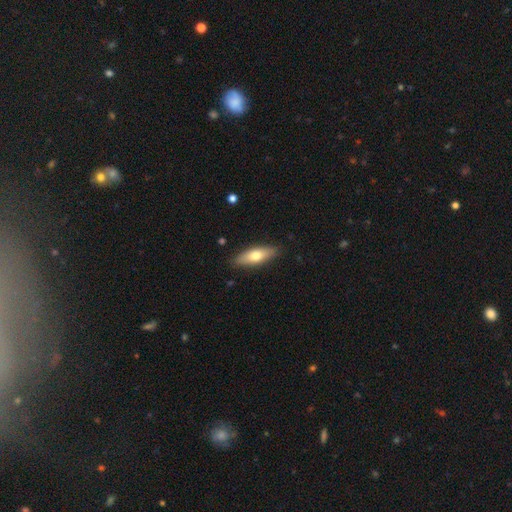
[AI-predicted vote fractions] Smooth or featured?
  - smooth: 66% *
  - featured or disk: 28%
  - star or artifact: 6%
How rounded?
  - in between: 57% *
  - cigar-shaped: 40%
  - round: 2%
Merging?
  - none: 86% *
  - minor disturbance: 11%
  - major disturbance: 2%
  - merger: 1%